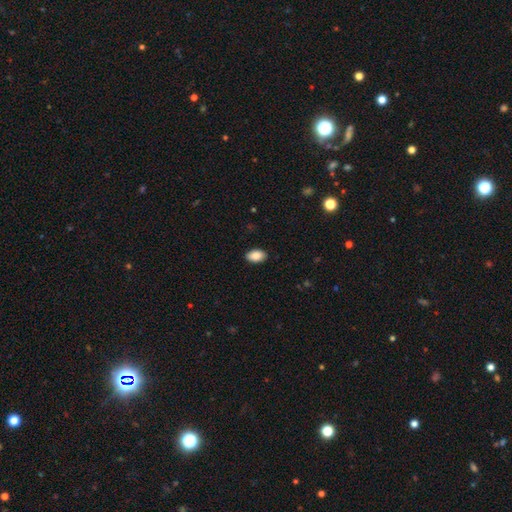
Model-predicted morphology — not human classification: Smooth or featured? smooth (89%)
How rounded? in between (93%)
Merging? none (90%)